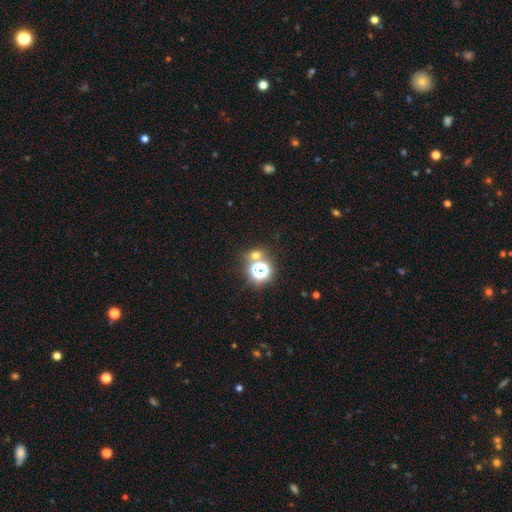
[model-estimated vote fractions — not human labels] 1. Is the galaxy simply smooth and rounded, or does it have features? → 47% smooth, 44% star or artifact, 9% featured or disk.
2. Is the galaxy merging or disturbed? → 69% none, 19% merger, 8% minor disturbance, 4% major disturbance.